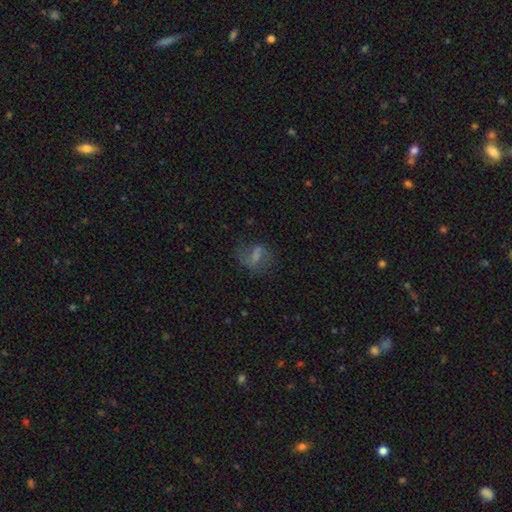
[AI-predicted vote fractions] smooth_or_featured: featured or disk (p=0.45) [alt: smooth p=0.42]
merging: none (p=0.51) [alt: minor disturbance p=0.21]